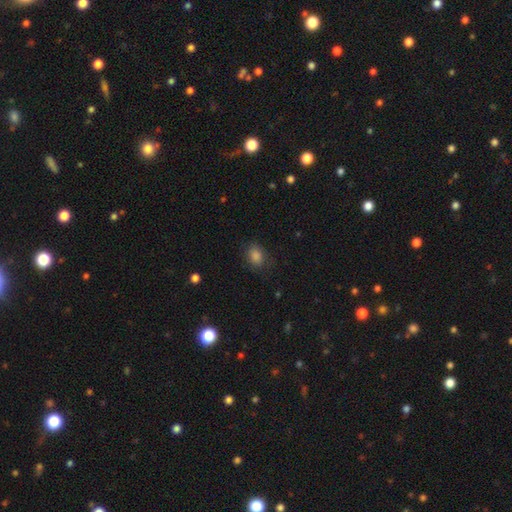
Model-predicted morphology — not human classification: Smooth or featured: smooth — 83% (star or artifact — 12%)
How rounded: in between — 66% (round — 33%)
Merging: none — 79% (minor disturbance — 15%)